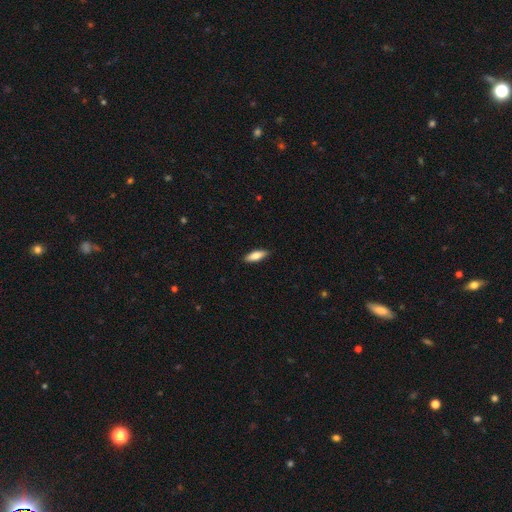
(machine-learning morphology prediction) Smooth or featured? Predicted: smooth (p=0.80). How rounded? Predicted: in between (p=0.59). Merging? Predicted: none (p=0.89).